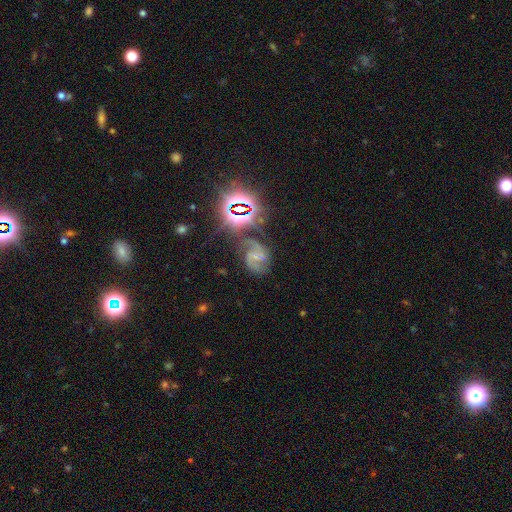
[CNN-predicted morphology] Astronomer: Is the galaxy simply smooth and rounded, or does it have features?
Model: featured or disk — 75%.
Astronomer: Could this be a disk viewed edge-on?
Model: no — 98%.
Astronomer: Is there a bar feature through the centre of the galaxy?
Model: weak — 46% (runner-up: strong, 29%).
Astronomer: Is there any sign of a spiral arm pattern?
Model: yes — 95%.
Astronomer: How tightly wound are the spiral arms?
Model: medium — 53% (runner-up: loose, 31%).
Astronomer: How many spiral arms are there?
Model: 2 — 88%.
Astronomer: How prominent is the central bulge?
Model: small — 67%.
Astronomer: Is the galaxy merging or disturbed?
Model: none — 62%.